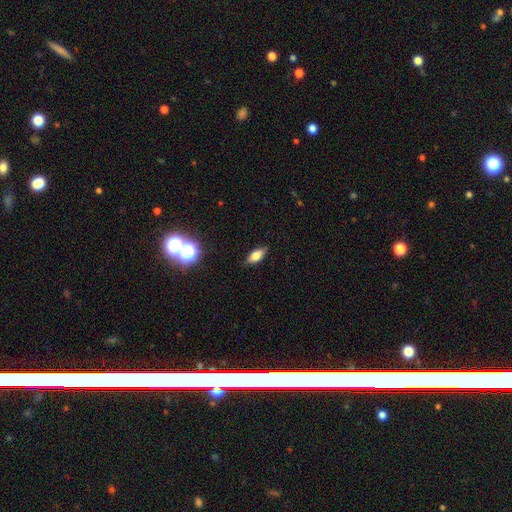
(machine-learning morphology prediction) Overall: smooth (73%). How rounded: in between (81%). Merging: none (85%).